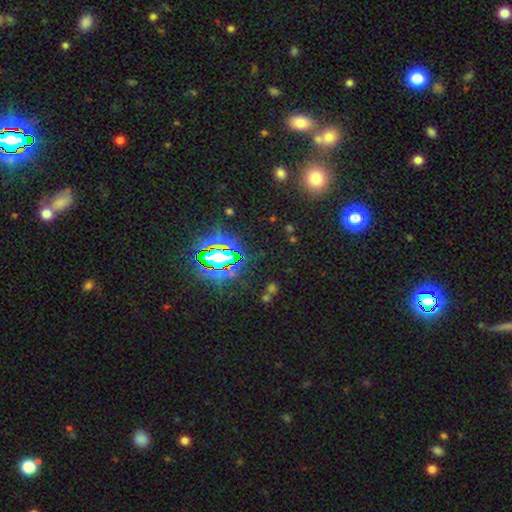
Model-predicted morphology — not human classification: Smooth or featured? Predicted: star or artifact (p=0.74).